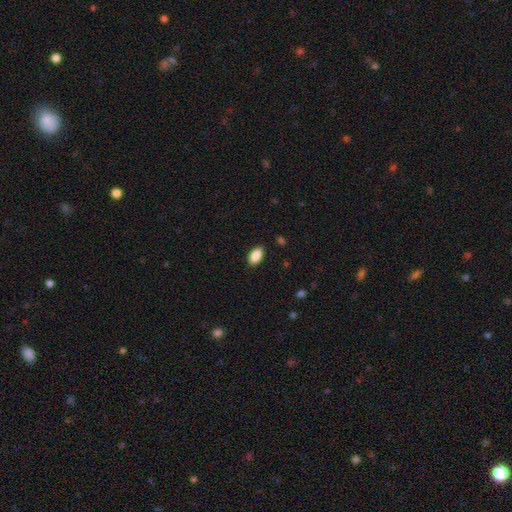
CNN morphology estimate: Q: Smooth or featured?
A: smooth (89%); runner-up: star or artifact (7%)
Q: How rounded?
A: in between (93%); runner-up: round (4%)
Q: Merging?
A: none (88%); runner-up: minor disturbance (9%)